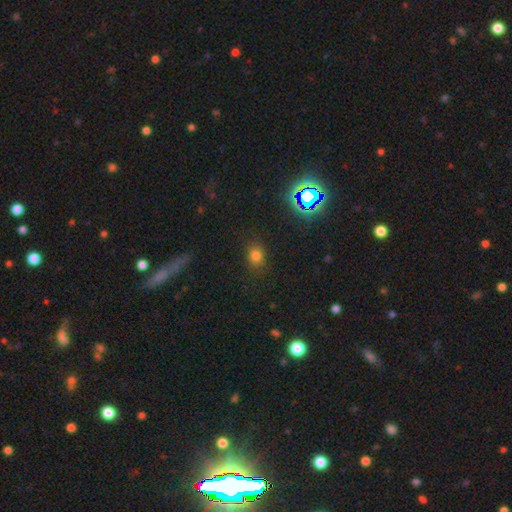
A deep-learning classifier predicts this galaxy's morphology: This appears to be a smooth galaxy with no disk features (73%) that is round (55%). Merging: none (81%).